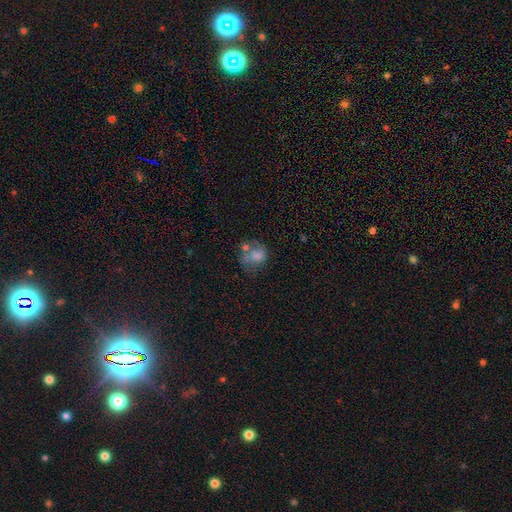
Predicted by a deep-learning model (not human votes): Morphology: type=smooth (58%); roundness=round (62%); merging=none (34%).